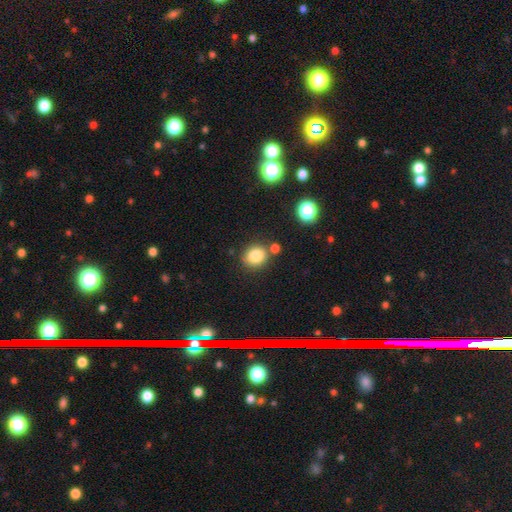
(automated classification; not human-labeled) smooth-or-featured: smooth: 83% | star or artifact: 11% | featured or disk: 6%
  how-rounded: round: 69% | in between: 30% | cigar-shaped: 1%
  merging: none: 74% | merger: 12% | minor disturbance: 11% | major disturbance: 3%